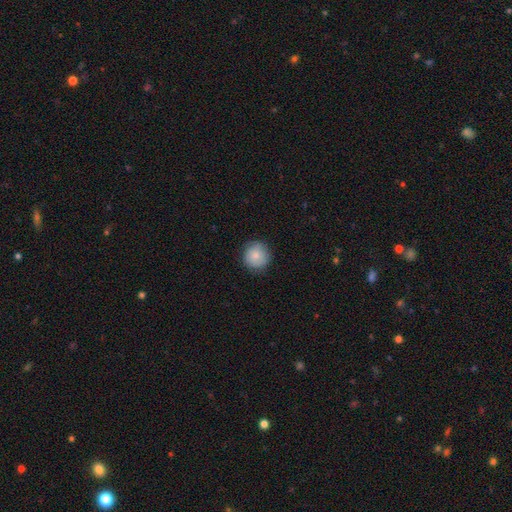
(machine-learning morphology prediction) A smooth galaxy with no disk features (80%) that is round (93%).

Vote fractions:
- Smooth or featured? smooth: 80% / featured or disk: 12% / star or artifact: 7%
- How rounded? round: 93% / in between: 6% / cigar-shaped: 1%
- Merging? none: 84% / minor disturbance: 12% / major disturbance: 3% / merger: 1%